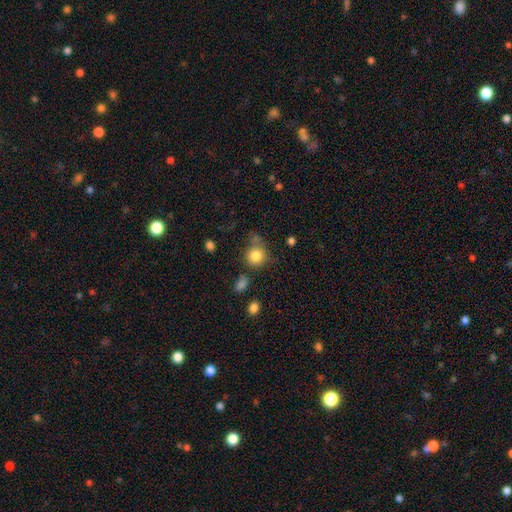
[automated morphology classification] smooth_or_featured: smooth (p=0.82) [alt: star or artifact p=0.11]
how_rounded: round (p=0.83) [alt: in between p=0.16]
merging: none (p=0.61) [alt: minor disturbance p=0.20]